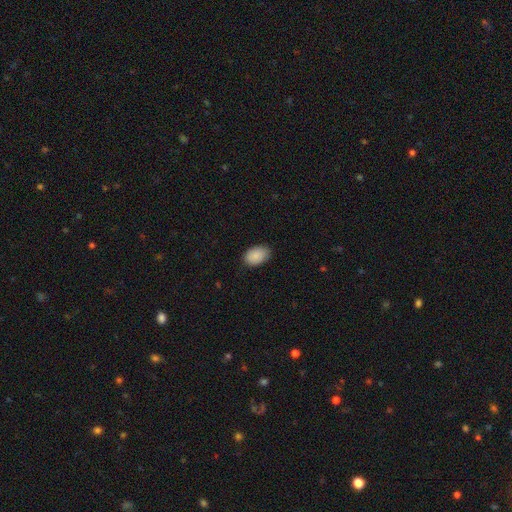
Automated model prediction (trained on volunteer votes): Smooth or featured: smooth — 89% (star or artifact — 7%)
How rounded: in between — 89% (round — 9%)
Merging: none — 84% (minor disturbance — 13%)